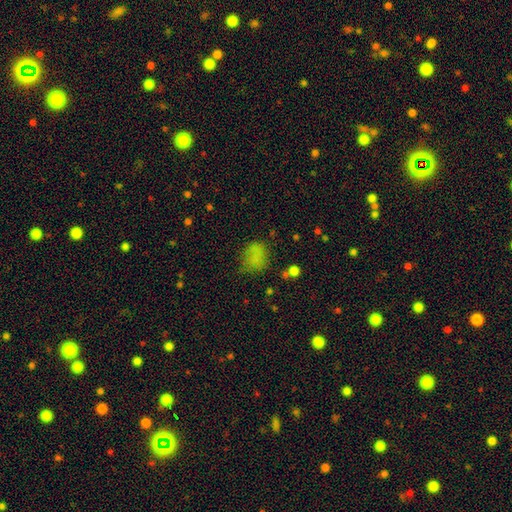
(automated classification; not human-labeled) A smooth galaxy with no disk features (73%) that is in between round and cigar-shaped (56%). Merging: none (56%).